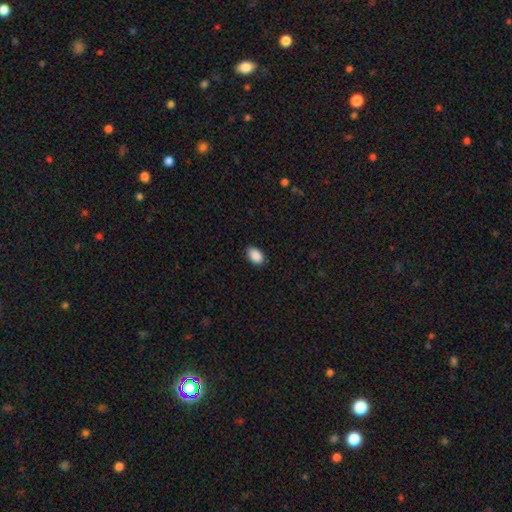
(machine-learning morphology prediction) smooth-or-featured: smooth: 90% | star or artifact: 7% | featured or disk: 3%
  how-rounded: in between: 90% | round: 9% | cigar-shaped: 1%
  merging: none: 88% | minor disturbance: 9% | major disturbance: 2% | merger: 1%